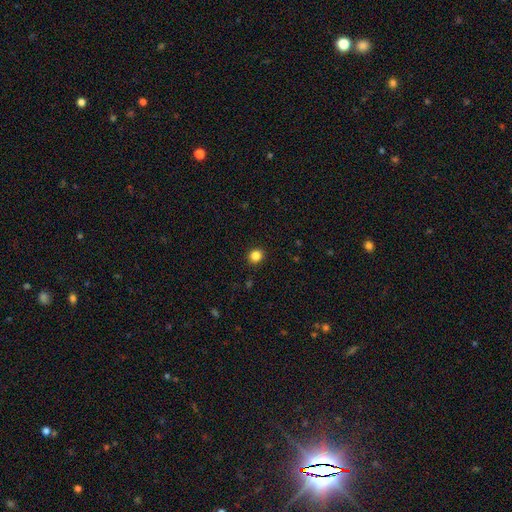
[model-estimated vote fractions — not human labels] The model was most divided on "smooth or featured": smooth: 84%, star or artifact: 12%, featured or disk: 4%. More confident: merging — none (92%); how rounded — round (87%).